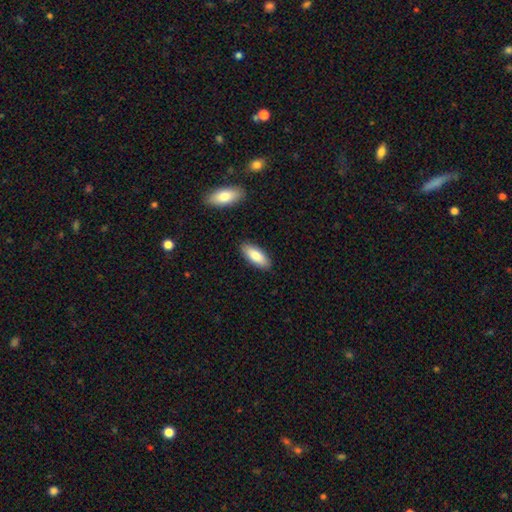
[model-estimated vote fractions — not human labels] A smooth galaxy with no disk features (84%) that is in between round and cigar-shaped (79%).

Vote fractions:
- Smooth or featured? smooth: 84% / featured or disk: 10% / star or artifact: 6%
- How rounded? in between: 79% / cigar-shaped: 20% / round: 2%
- Merging? none: 87% / minor disturbance: 9% / major disturbance: 2% / merger: 2%